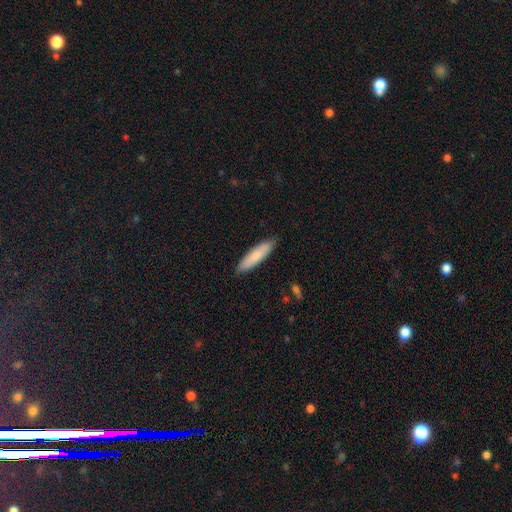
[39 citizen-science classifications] Smooth or featured: smooth — 74% (featured or disk — 18%)
How rounded: cigar-shaped — 69% (in between — 28%)
Merging: none — 83% (minor disturbance — 11%)